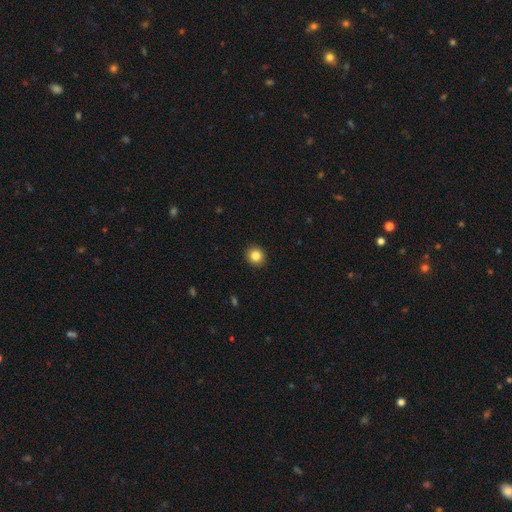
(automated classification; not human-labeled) Overall: smooth (84%). How rounded: round (91%). Merging: none (93%).